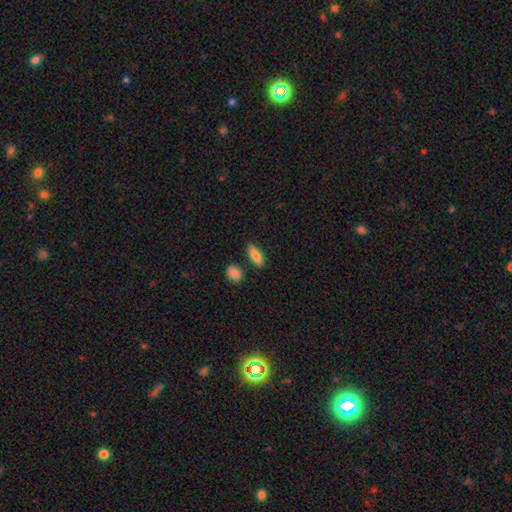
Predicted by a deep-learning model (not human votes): Overall: smooth (77%). How rounded: in between (61%; cigar-shaped 35%). Merging: none (83%).